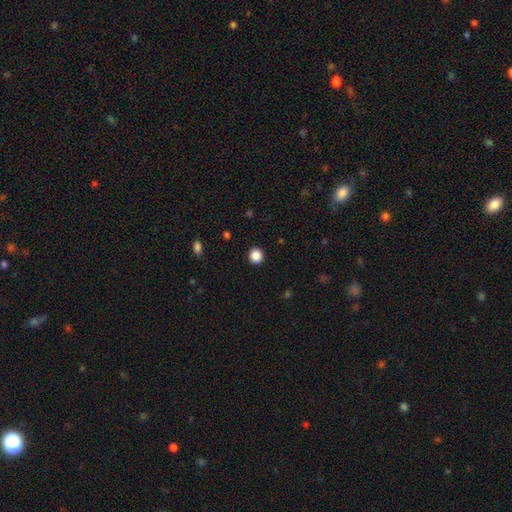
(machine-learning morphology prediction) This is clearly a smooth galaxy (87%). How rounded: clearly round (91%). Merging: clearly none (92%).